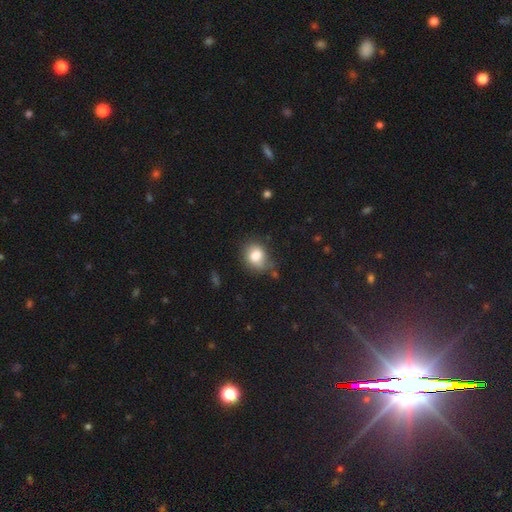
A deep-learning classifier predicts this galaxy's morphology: smooth_or_featured: smooth (p=0.81) [alt: featured or disk p=0.10]
how_rounded: in between (p=0.50) [alt: round p=0.49]
merging: none (p=0.62) [alt: minor disturbance p=0.26]